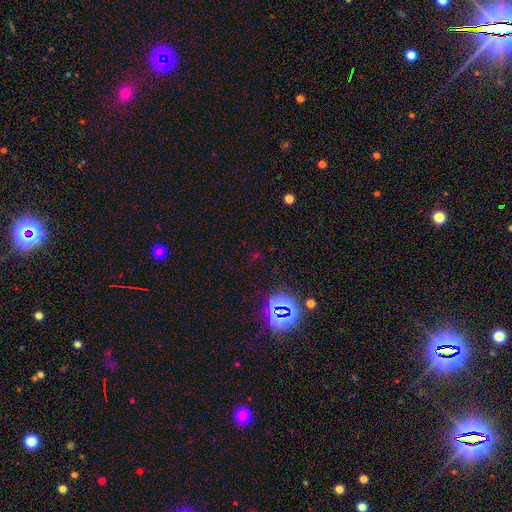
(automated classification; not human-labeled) Smooth or featured?
  - star or artifact: 72% *
  - smooth: 20%
  - featured or disk: 8%